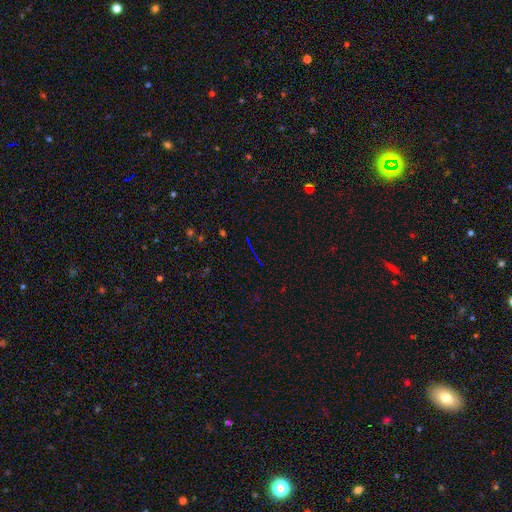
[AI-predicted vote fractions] smooth_or_featured: star or artifact (p=0.73) [alt: smooth p=0.14]